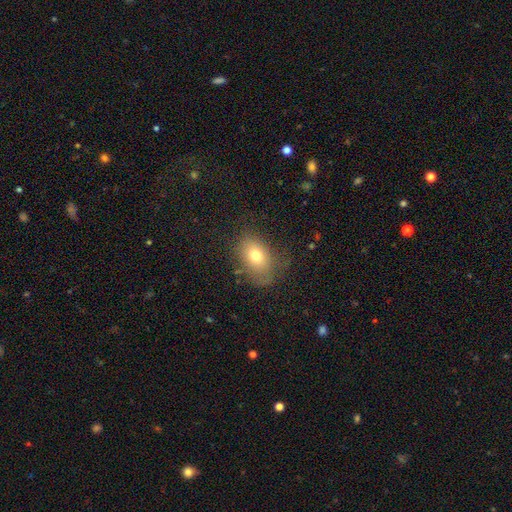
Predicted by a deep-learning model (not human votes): Morphology: type=smooth (72%); roundness=in between (77%); merging=none (65%).